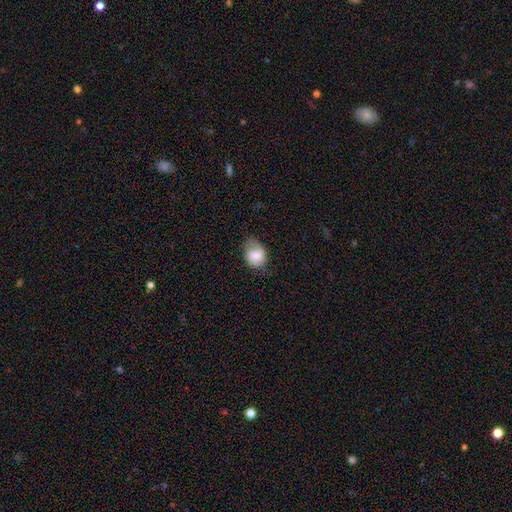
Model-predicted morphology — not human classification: A smooth galaxy with no disk features (70%) that is in between round and cigar-shaped (64%).

Vote fractions:
- Smooth or featured? smooth: 70% / featured or disk: 22% / star or artifact: 8%
- How rounded? in between: 64% / round: 35% / cigar-shaped: 1%
- Merging? none: 55% / minor disturbance: 33% / major disturbance: 11% / merger: 1%